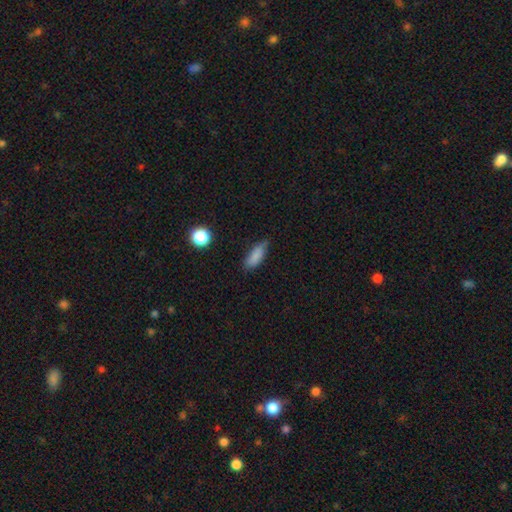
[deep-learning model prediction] Smooth or featured? smooth (84%)
How rounded? in between (67%)
Merging? none (68%)